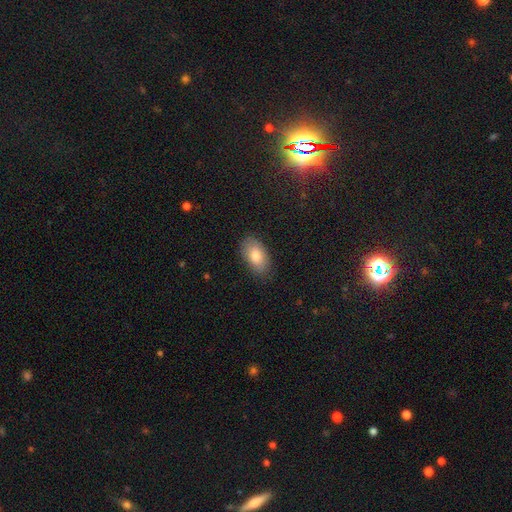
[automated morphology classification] A smooth galaxy with no disk features (80%) that is in between round and cigar-shaped (93%). Merging: none (83%).